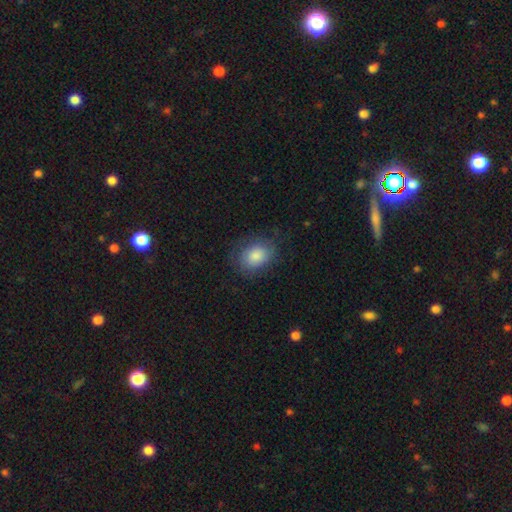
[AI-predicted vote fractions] smooth_or_featured: smooth (p=0.79) [alt: featured or disk p=0.14]
how_rounded: in between (p=0.64) [alt: round p=0.35]
merging: none (p=0.73) [alt: minor disturbance p=0.18]